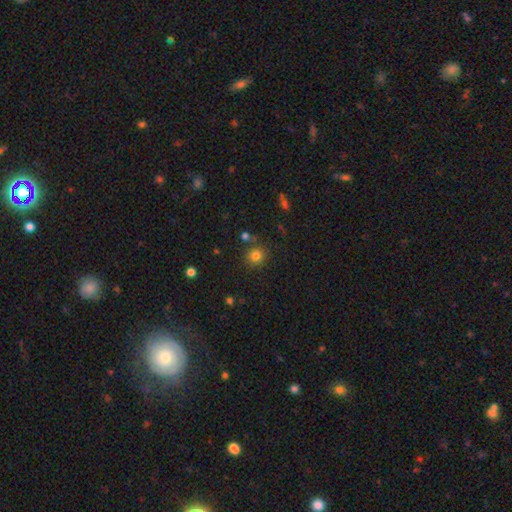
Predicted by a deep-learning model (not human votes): smooth_or_featured: smooth (p=0.80) [alt: star or artifact p=0.14]
how_rounded: round (p=0.89) [alt: in between p=0.10]
merging: none (p=0.79) [alt: minor disturbance p=0.10]